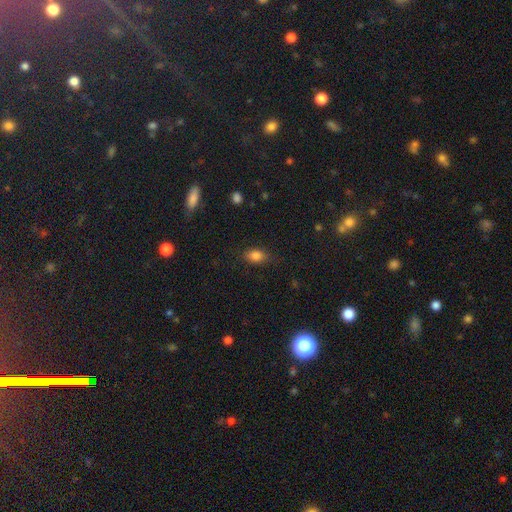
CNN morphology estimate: Smooth or featured? smooth (83%)
How rounded? in between (81%)
Merging? none (82%)